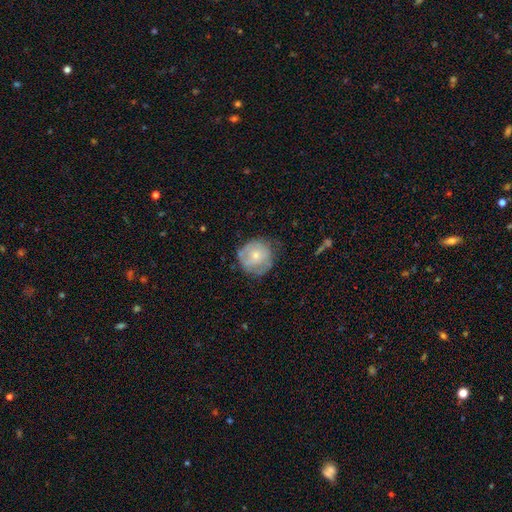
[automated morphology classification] Smooth or featured: smooth — 55% (featured or disk — 39%)
How rounded: round — 90% (in between — 9%)
Merging: none — 60% (minor disturbance — 27%)